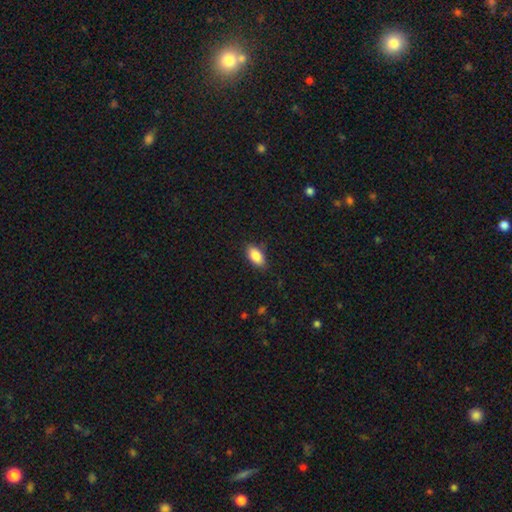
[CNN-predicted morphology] smooth 87%, star or artifact 7%, featured or disk 6%. Down the decision tree: how rounded — in between (92%); merging — none (83%).